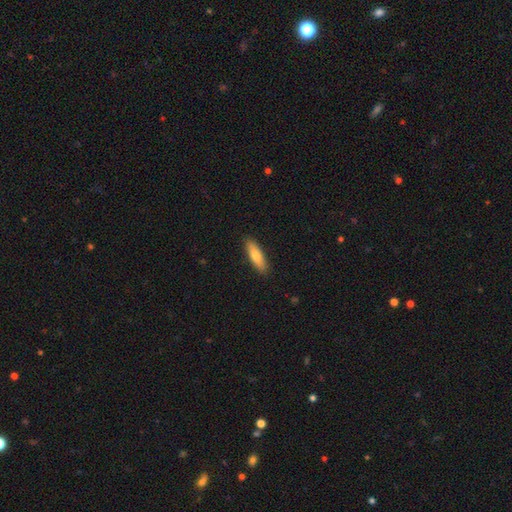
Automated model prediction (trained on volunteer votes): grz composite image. It shows a smooth galaxy with no disk features (78%) that is cigar-shaped (60%). Merging: none (89%).